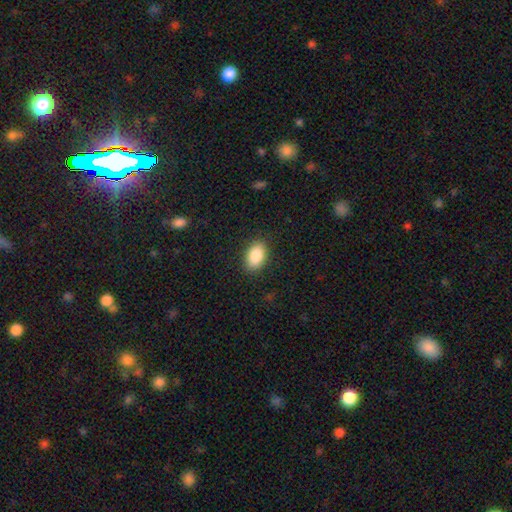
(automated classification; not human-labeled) Smooth or featured? smooth (87%)
How rounded? in between (89%)
Merging? none (88%)